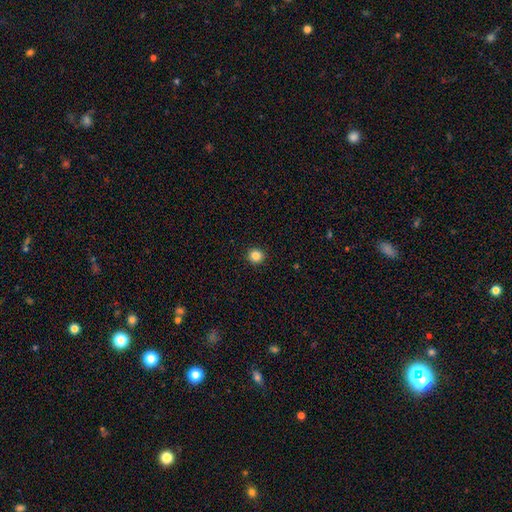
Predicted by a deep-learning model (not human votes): This is clearly a smooth galaxy (84%). How rounded: clearly round (91%). Merging: clearly none (93%).